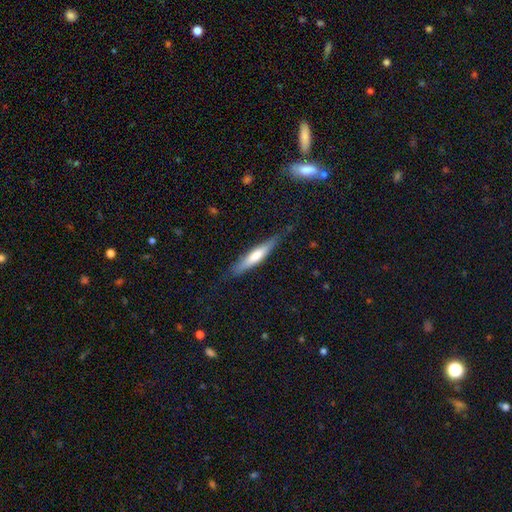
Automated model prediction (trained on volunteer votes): Morphology: type=smooth (53%); roundness=cigar-shaped (87%); merging=none (79%).